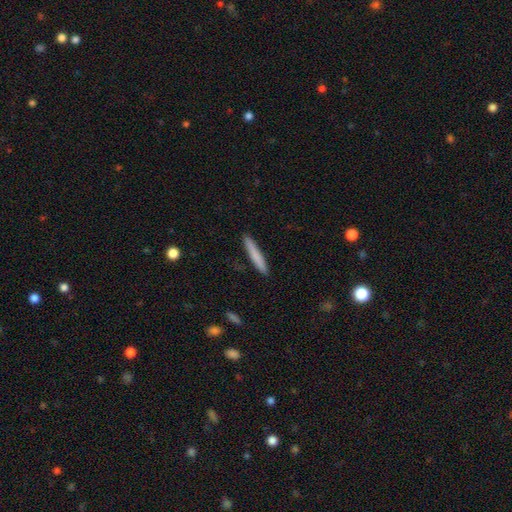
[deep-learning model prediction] A smooth galaxy with no disk features (77%) that is cigar-shaped (95%). Merging: none (91%).